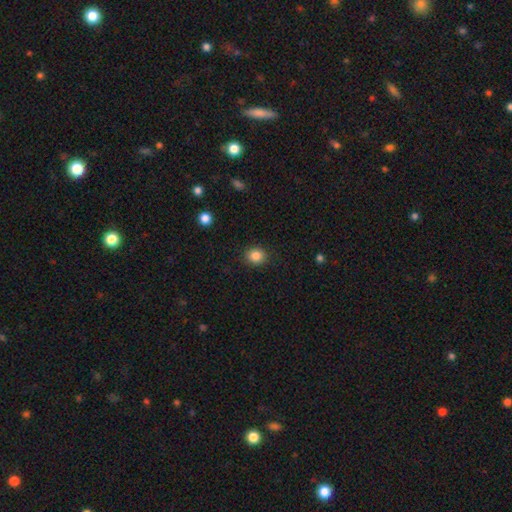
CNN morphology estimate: A smooth galaxy with no disk features (85%) that is round (77%).

Vote fractions:
- Smooth or featured? smooth: 85% / star or artifact: 10% / featured or disk: 5%
- How rounded? round: 77% / in between: 23% / cigar-shaped: 1%
- Merging? none: 88% / minor disturbance: 8% / major disturbance: 2% / merger: 1%